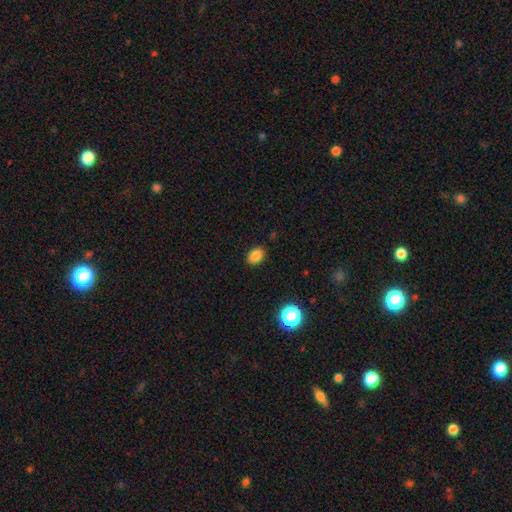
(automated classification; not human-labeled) Smooth or featured?
  - smooth: 85% *
  - star or artifact: 11%
  - featured or disk: 4%
How rounded?
  - in between: 76% *
  - round: 23%
  - cigar-shaped: 1%
Merging?
  - none: 88% *
  - minor disturbance: 9%
  - major disturbance: 2%
  - merger: 1%